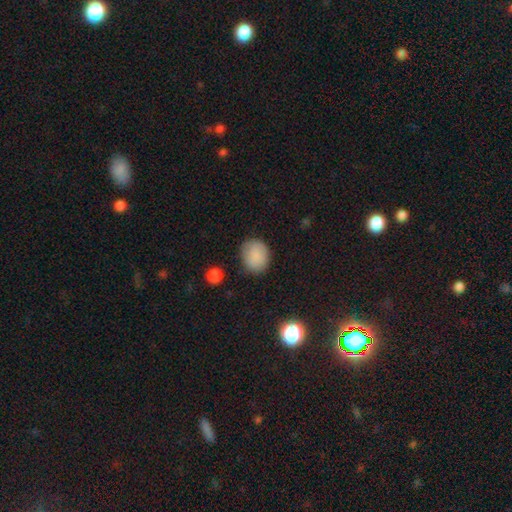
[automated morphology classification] smooth_or_featured: smooth (p=0.86) [alt: star or artifact p=0.08]
how_rounded: round (p=0.59) [alt: in between p=0.40]
merging: none (p=0.80) [alt: minor disturbance p=0.15]